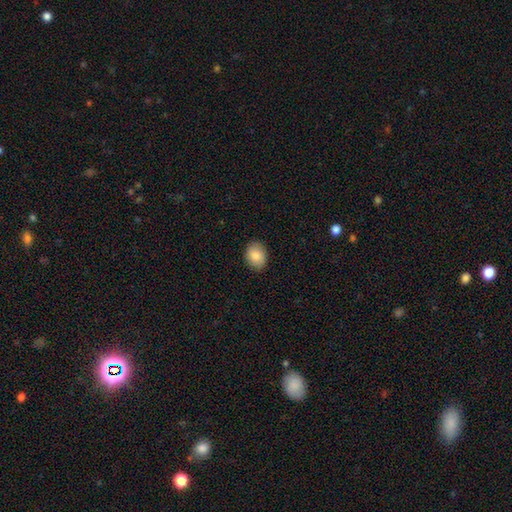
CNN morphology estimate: Smooth or featured?
  - smooth: 85% *
  - star or artifact: 8%
  - featured or disk: 8%
How rounded?
  - in between: 61% *
  - round: 38%
  - cigar-shaped: 1%
Merging?
  - none: 89% *
  - minor disturbance: 8%
  - major disturbance: 2%
  - merger: 1%